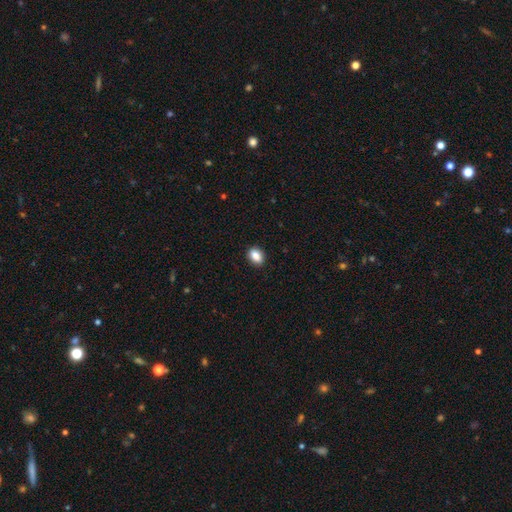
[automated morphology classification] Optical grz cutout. It shows a smooth galaxy with no disk features (88%) that is in between round and cigar-shaped (79%). Merging: none (89%).